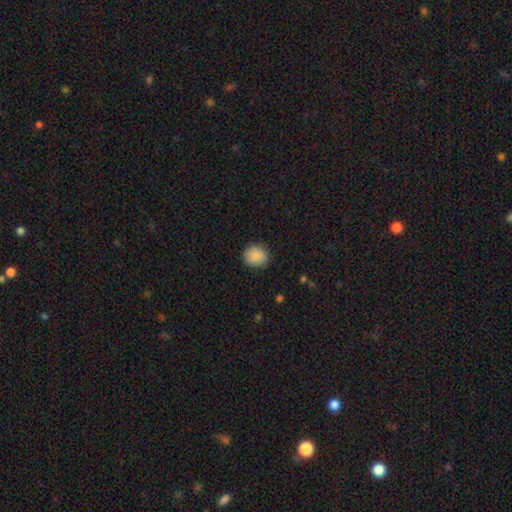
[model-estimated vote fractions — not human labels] This is clearly a smooth galaxy (88%). How rounded: likely round (79%). Merging: clearly none (86%).